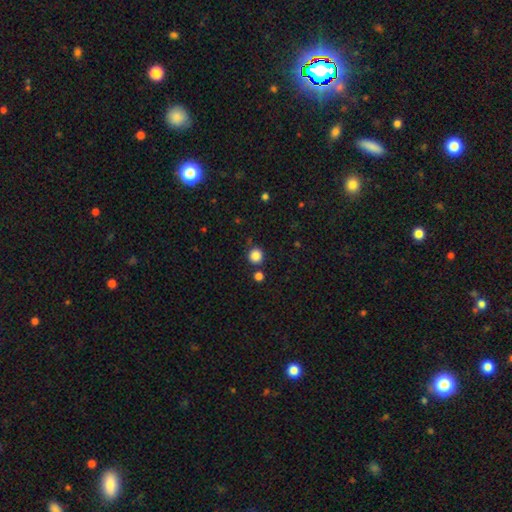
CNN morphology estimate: Smooth or featured? Predicted: smooth (p=0.85). How rounded? Predicted: round (p=0.93). Merging? Predicted: none (p=0.84).